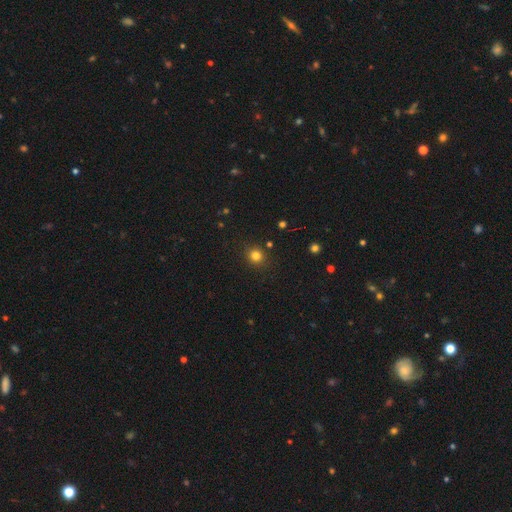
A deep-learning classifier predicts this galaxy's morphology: Smooth or featured? smooth (80%)
How rounded? round (88%)
Merging? none (88%)